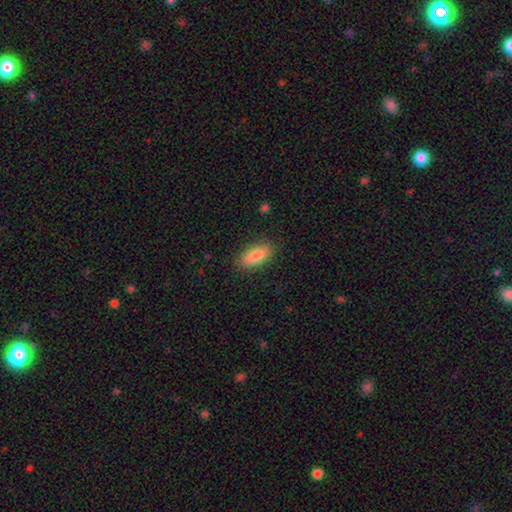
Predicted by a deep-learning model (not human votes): Smooth or featured?
  - smooth: 82% *
  - featured or disk: 11%
  - star or artifact: 7%
How rounded?
  - in between: 79% *
  - cigar-shaped: 18%
  - round: 2%
Merging?
  - none: 87% *
  - minor disturbance: 9%
  - major disturbance: 2%
  - merger: 1%